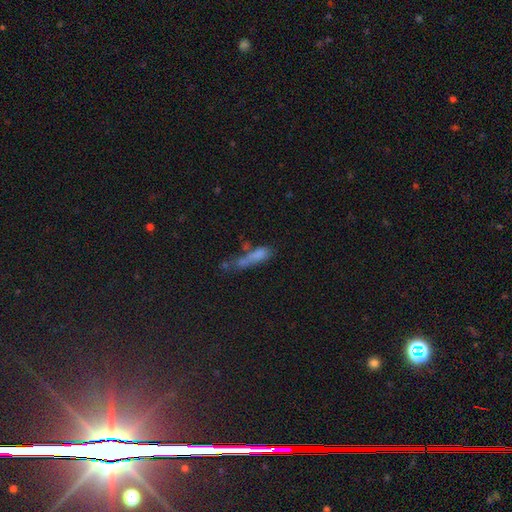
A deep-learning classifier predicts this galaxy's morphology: Smooth or featured?
  - smooth: 63% *
  - featured or disk: 20%
  - star or artifact: 17%
How rounded?
  - cigar-shaped: 62% *
  - in between: 33%
  - round: 5%
Merging?
  - none: 31% *
  - merger: 28%
  - major disturbance: 21%
  - minor disturbance: 20%